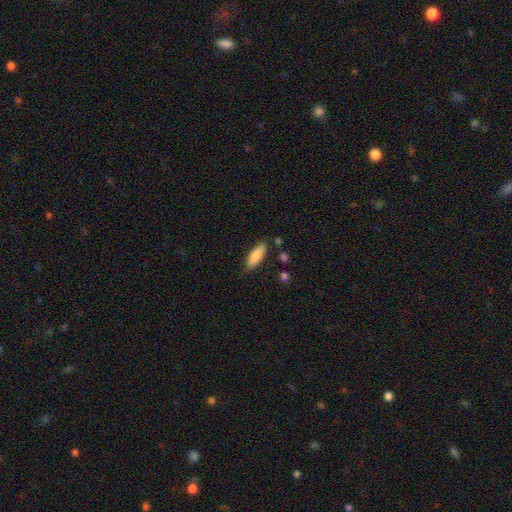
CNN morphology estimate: smooth-or-featured: smooth: 83% | featured or disk: 11% | star or artifact: 6%
  how-rounded: in between: 64% | cigar-shaped: 34% | round: 2%
  merging: none: 81% | minor disturbance: 14% | merger: 3% | major disturbance: 3%